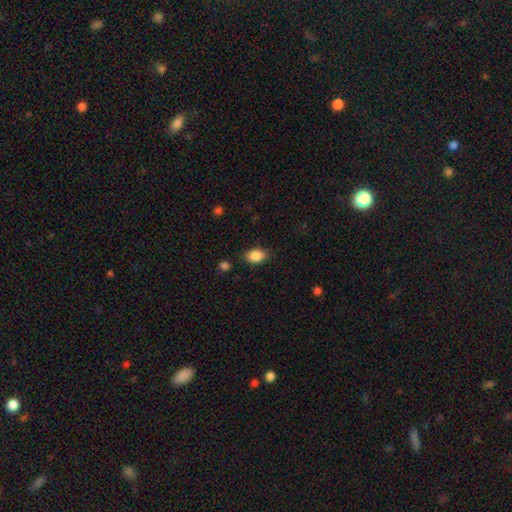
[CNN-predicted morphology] The model was most divided on "merging": none: 84%, minor disturbance: 11%, major disturbance: 3%, merger: 2%. More confident: smooth or featured — smooth (88%); how rounded — in between (86%).